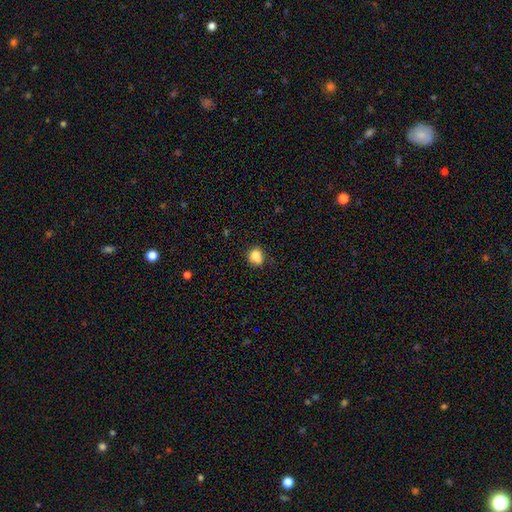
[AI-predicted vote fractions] Smooth or featured? smooth (80%)
How rounded? round (69%)
Merging? none (53%)